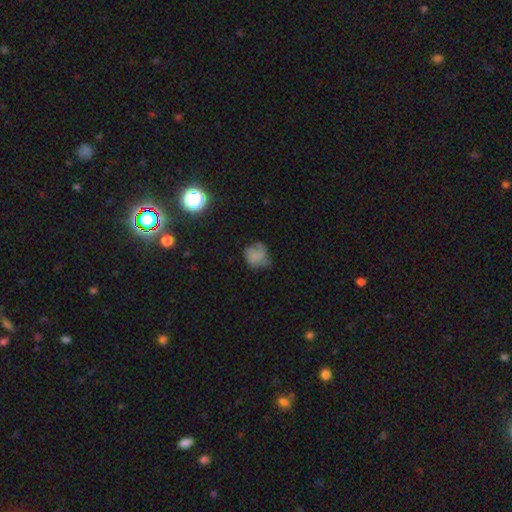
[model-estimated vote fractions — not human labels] smooth_or_featured: smooth (p=0.64) [alt: featured or disk p=0.22]
how_rounded: round (p=0.71) [alt: in between p=0.28]
merging: none (p=0.44) [alt: minor disturbance p=0.34]